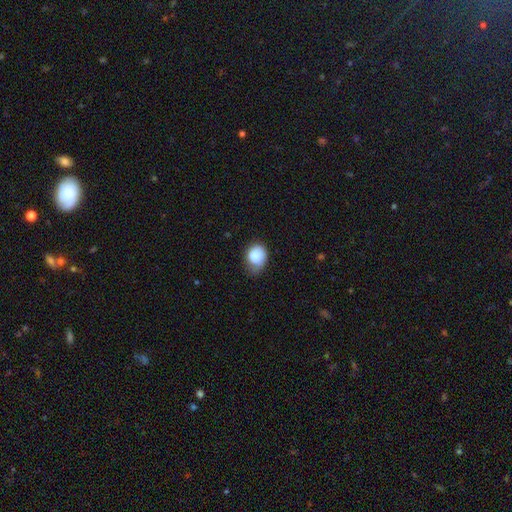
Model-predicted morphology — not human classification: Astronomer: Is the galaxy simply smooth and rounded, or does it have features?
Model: smooth — 84%.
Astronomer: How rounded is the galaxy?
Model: in between — 58% (runner-up: round, 41%).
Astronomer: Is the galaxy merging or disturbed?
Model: none — 43% (runner-up: minor disturbance, 42%).